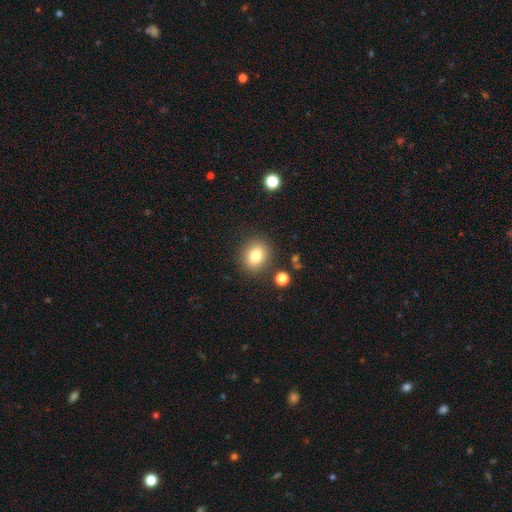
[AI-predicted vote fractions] Overall: smooth (79%). How rounded: round (68%; in between 31%). Merging: none (85%).